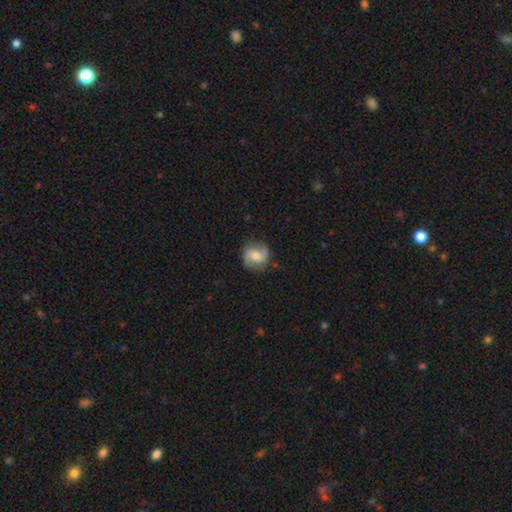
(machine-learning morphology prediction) featured or disk 64%, smooth 29%, star or artifact 7%. Down the decision tree: edge-on disk — no (98%); bar — weak (44%); spiral arms — yes (92%); spiral arm count — 2 (90%); spiral winding — medium (47%); bulge size — moderate (59%); merging — none (82%).